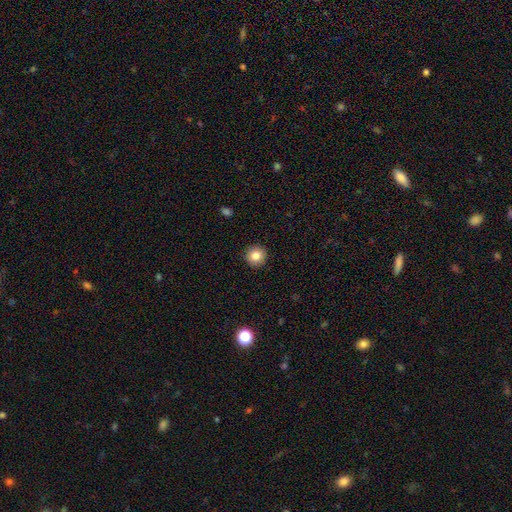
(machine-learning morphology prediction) A smooth galaxy with no disk features (84%) that is round (95%). Merging: none (92%).